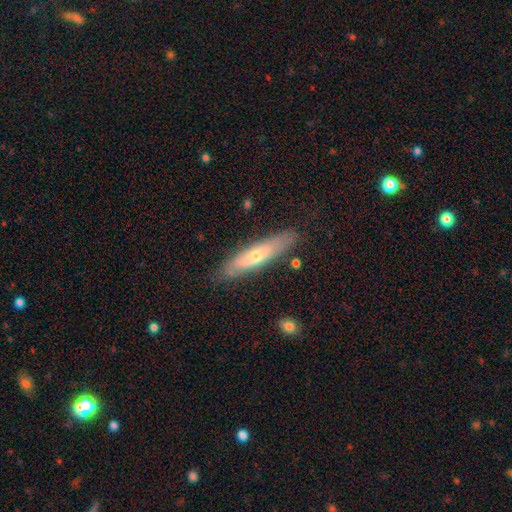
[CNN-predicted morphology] Overall: smooth (49%; featured or disk 45%). Merging: none (81%).